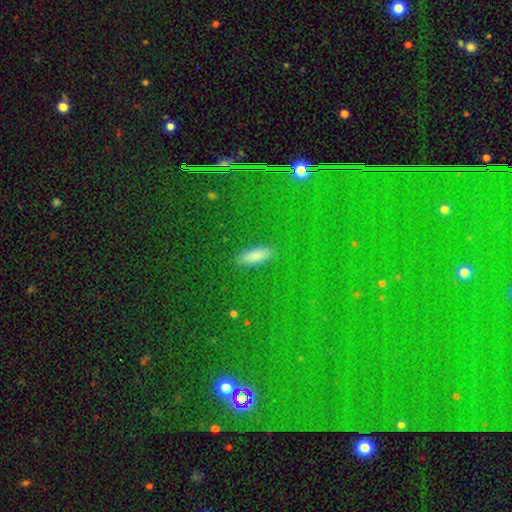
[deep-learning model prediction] Smooth or featured?
  - smooth: 75% *
  - star or artifact: 17%
  - featured or disk: 8%
How rounded?
  - in between: 64% *
  - cigar-shaped: 30%
  - round: 6%
Merging?
  - none: 85% *
  - minor disturbance: 9%
  - major disturbance: 3%
  - merger: 2%